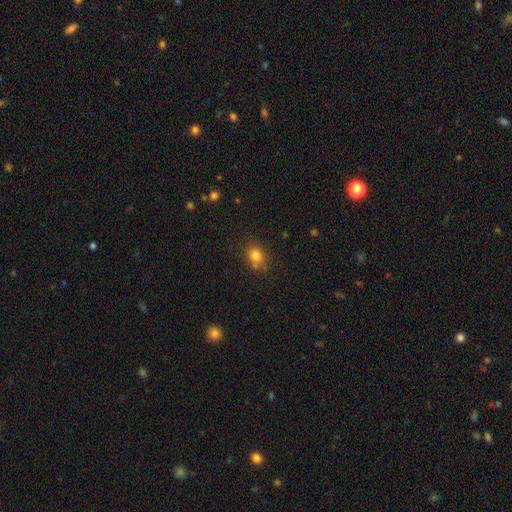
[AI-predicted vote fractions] A smooth galaxy with no disk features (80%) that is round (62%). Merging: none (69%).